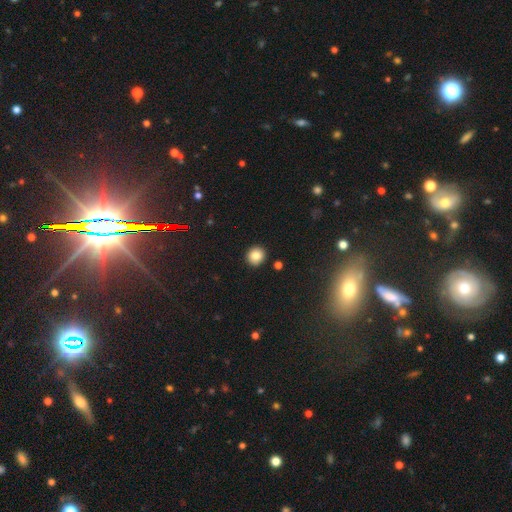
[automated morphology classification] smooth 84%, star or artifact 10%, featured or disk 6%. Down the decision tree: how rounded — round (90%); merging — none (91%).